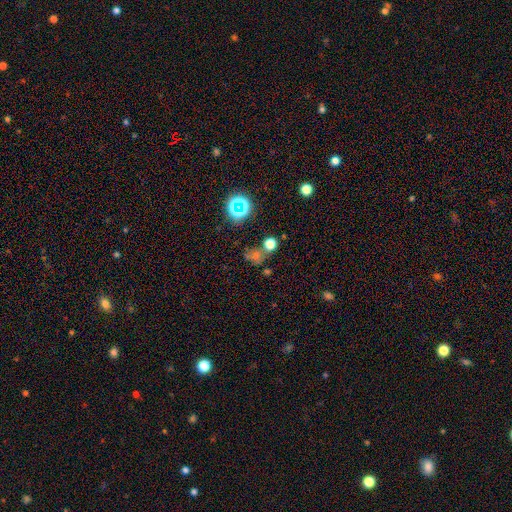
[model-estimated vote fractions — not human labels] Smooth or featured: smooth — 46% (star or artifact — 41%)
Merging: none — 56% (merger — 24%)